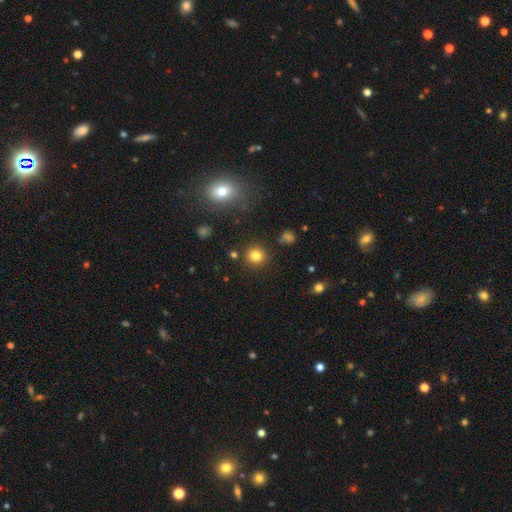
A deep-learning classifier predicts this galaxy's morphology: This appears to be a smooth galaxy with no disk features (81%) that is round (92%). Merging: none (88%).